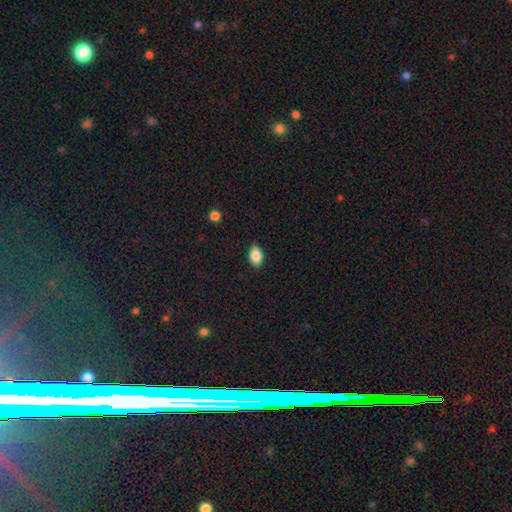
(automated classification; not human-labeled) smooth_or_featured: smooth (p=0.86) [alt: star or artifact p=0.08]
how_rounded: in between (p=0.88) [alt: round p=0.10]
merging: none (p=0.86) [alt: minor disturbance p=0.11]